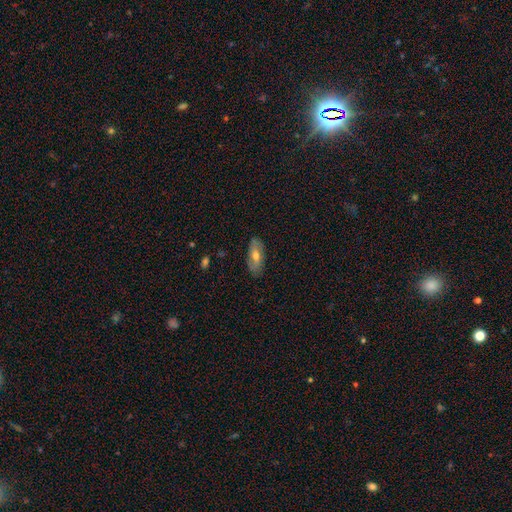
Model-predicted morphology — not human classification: A smooth galaxy with no disk features (55%) that is in between round and cigar-shaped (84%).

Vote fractions:
- Smooth or featured? smooth: 55% / featured or disk: 39% / star or artifact: 6%
- How rounded? in between: 84% / cigar-shaped: 13% / round: 3%
- Merging? none: 84% / minor disturbance: 12% / major disturbance: 3% / merger: 1%